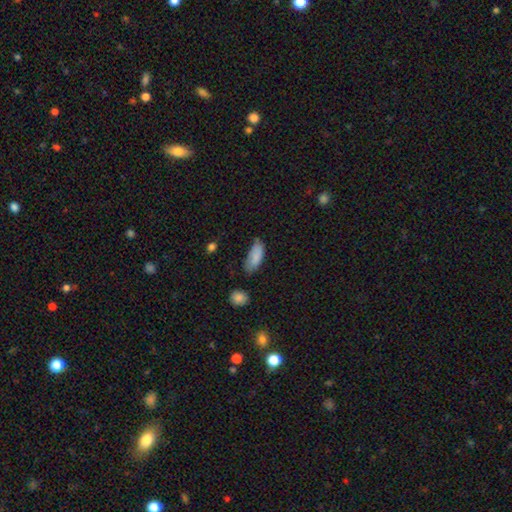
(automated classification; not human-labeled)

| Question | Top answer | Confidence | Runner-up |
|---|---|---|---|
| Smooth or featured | smooth | 86% | star or artifact (7%) |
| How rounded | in between | 82% | cigar-shaped (16%) |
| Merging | none | 55% | minor disturbance (34%) |